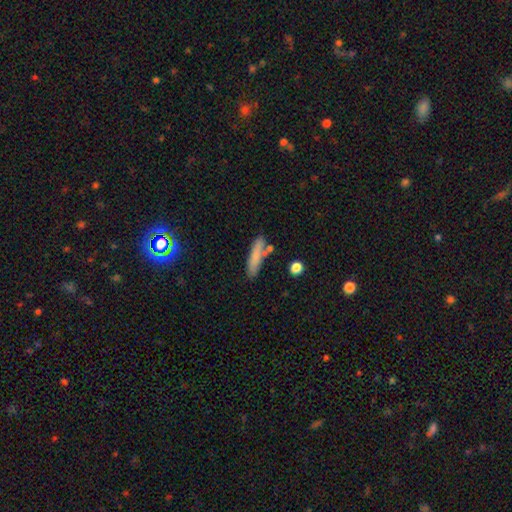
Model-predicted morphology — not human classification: Overall: smooth (77%). How rounded: cigar-shaped (76%). Merging: none (72%).